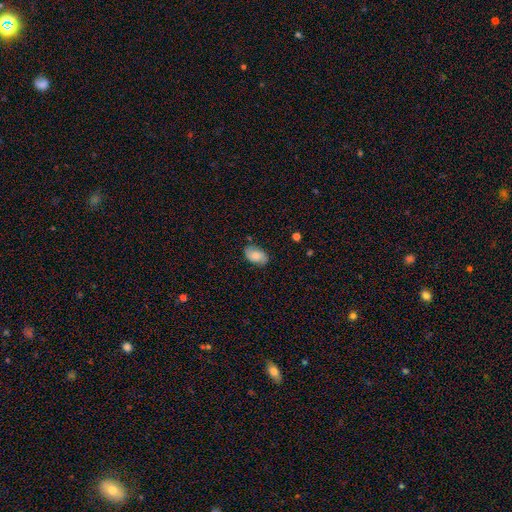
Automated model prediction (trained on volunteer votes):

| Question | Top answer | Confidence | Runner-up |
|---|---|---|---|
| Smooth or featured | smooth | 63% | featured or disk (29%) |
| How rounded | in between | 90% | round (8%) |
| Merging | none | 78% | minor disturbance (17%) |